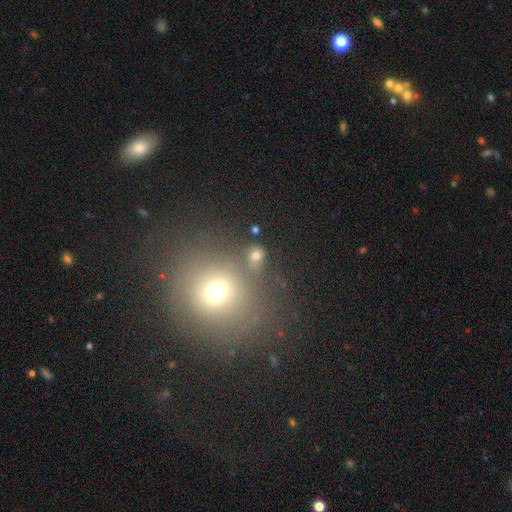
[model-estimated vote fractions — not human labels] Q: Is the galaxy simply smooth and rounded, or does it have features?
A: smooth — 71%.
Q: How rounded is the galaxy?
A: round — 64%.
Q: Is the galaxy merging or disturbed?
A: none — 67%.